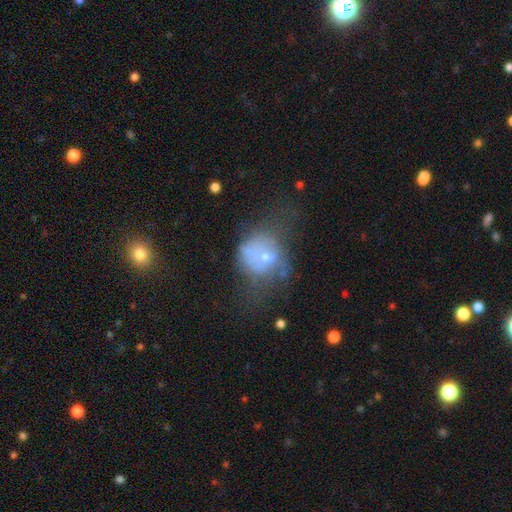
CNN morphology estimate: smooth_or_featured: smooth (p=0.53) [alt: featured or disk p=0.30]
how_rounded: round (p=0.71) [alt: in between p=0.28]
merging: major disturbance (p=0.38) [alt: none p=0.29]